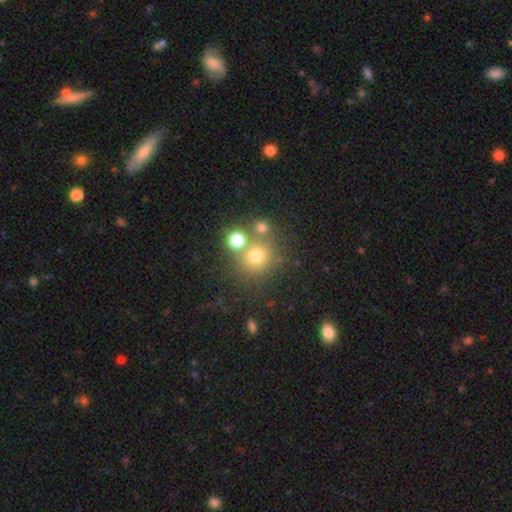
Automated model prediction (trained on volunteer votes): The model was most divided on "merging": none: 64%, merger: 23%, minor disturbance: 9%, major disturbance: 5%. More confident: how rounded — round (89%); smooth or featured — smooth (70%).